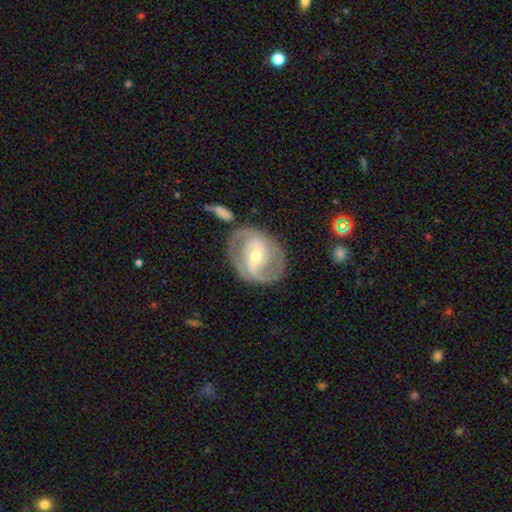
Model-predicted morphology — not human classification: A featured or disk galaxy (83%) with a weak bar (40%), 2 (78%) medium (45%) spiral arms (90%) and a small central bulge (48%, tied with moderate).

Vote fractions:
- Smooth or featured? featured or disk: 83% / smooth: 12% / star or artifact: 5%
- Edge-on disk? no: 97% / yes: 3%
- Bar? weak: 40% / strong: 34% / no: 26%
- Spiral arms? yes: 90% / no: 10%
- Spiral winding? medium: 45% / tight: 40% / loose: 14%
- Spiral arm count? 2: 78% / can't tell: 10% / 3: 6% / 1: 3% / 4: 2% / more than 4: 1%
- Bulge size? small: 48% (tied) / moderate: 48% (tied) / large: 3% / none: 1% / dominant: 1%
- Merging? none: 73% / minor disturbance: 15% / major disturbance: 7% / merger: 4%